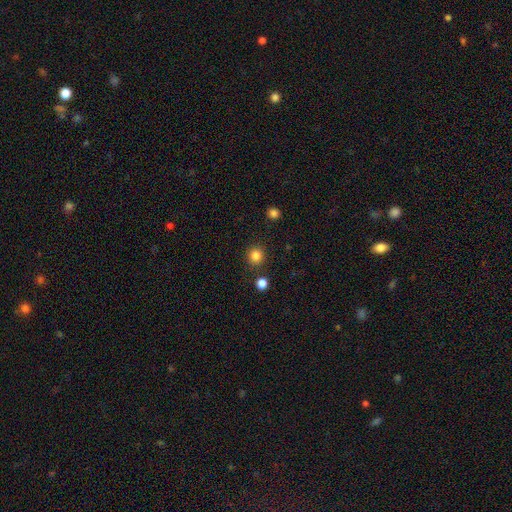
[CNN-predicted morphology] This is clearly a smooth galaxy (84%). How rounded: clearly round (93%). Merging: clearly none (88%).